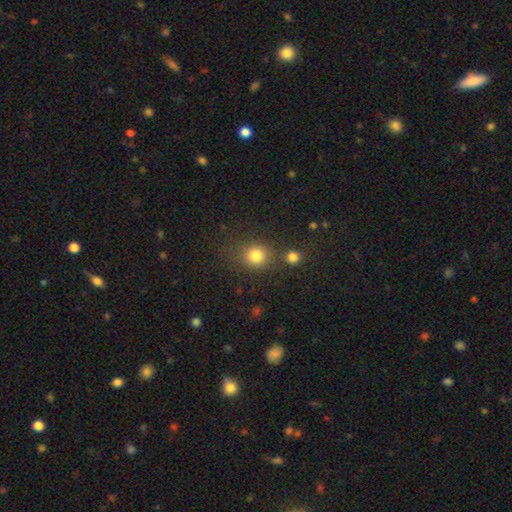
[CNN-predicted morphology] Overall: smooth (81%). How rounded: round (83%). Merging: none (67%).